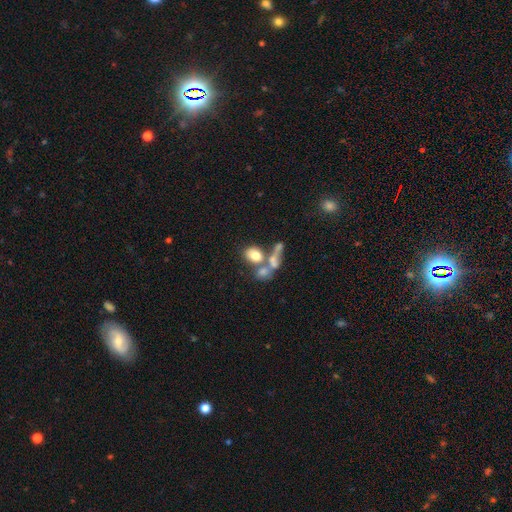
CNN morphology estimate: Q: Smooth or featured?
A: smooth (68%); runner-up: featured or disk (21%)
Q: How rounded?
A: in between (56%); runner-up: round (41%)
Q: Merging?
A: merger (48%); runner-up: none (33%)